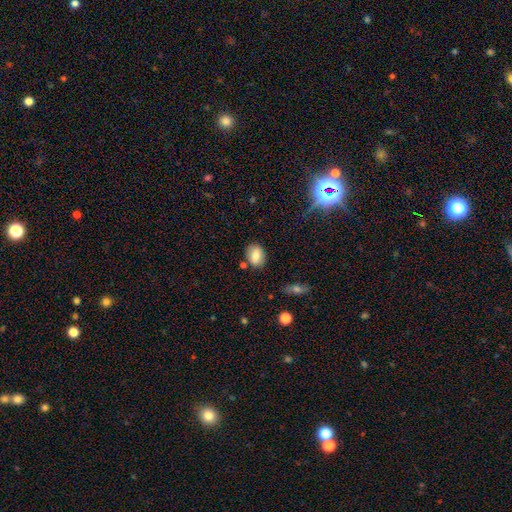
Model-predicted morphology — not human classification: A smooth galaxy with no disk features (78%) that is in between round and cigar-shaped (64%). Merging: none (82%).